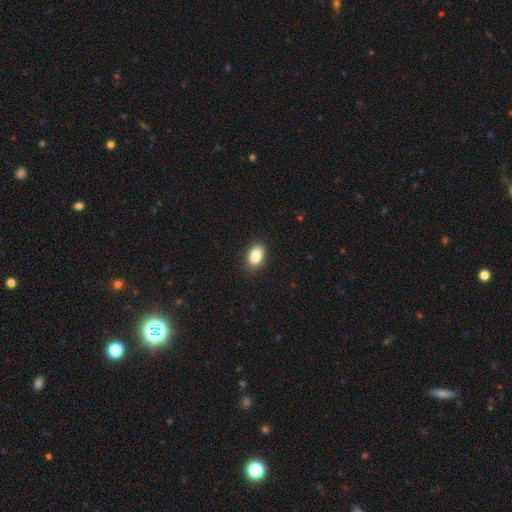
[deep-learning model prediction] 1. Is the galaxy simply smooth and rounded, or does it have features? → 86% smooth, 8% star or artifact, 6% featured or disk.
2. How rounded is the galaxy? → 87% in between, 11% round, 2% cigar-shaped.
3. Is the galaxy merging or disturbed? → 87% none, 10% minor disturbance, 2% major disturbance, 1% merger.